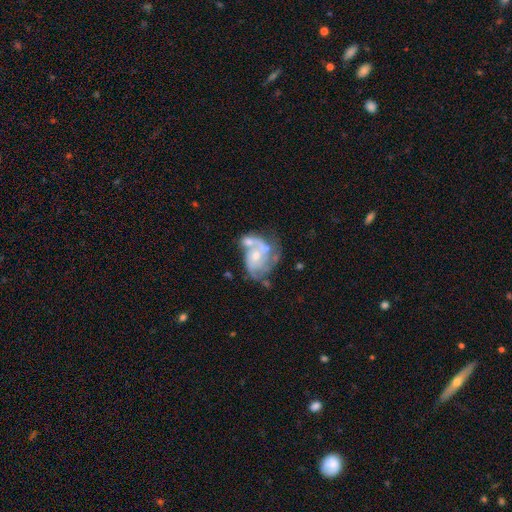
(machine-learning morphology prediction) smooth-or-featured: featured or disk: 78% | smooth: 15% | star or artifact: 7%
  disk-edge-on: no: 98% | yes: 2%
    bar: no: 75% | weak: 21% | strong: 4%
    has-spiral-arms: yes: 78% | no: 22%
      spiral-winding: medium: 43% | tight: 38% | loose: 20%
      spiral-arm-count: 2: 36% | can't tell: 30% | 3: 19% | 1: 7% | 4: 5% | more than 4: 4%
    bulge-size: moderate: 51% | small: 38% | none: 5% | large: 4% | dominant: 1%
  merging: merger: 33% | none: 29% | major disturbance: 20% | minor disturbance: 18%